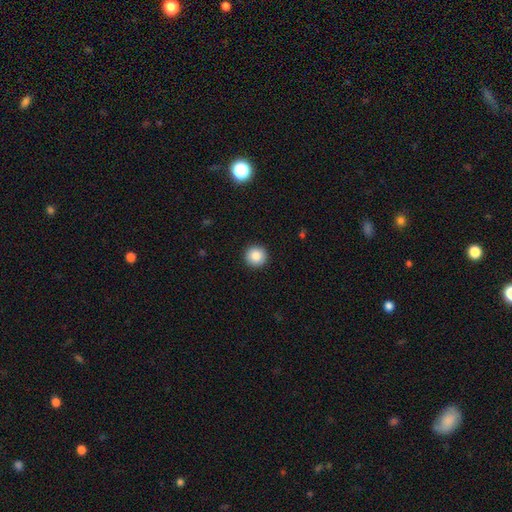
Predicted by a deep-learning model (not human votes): Overall: smooth (86%). How rounded: round (96%). Merging: none (93%).